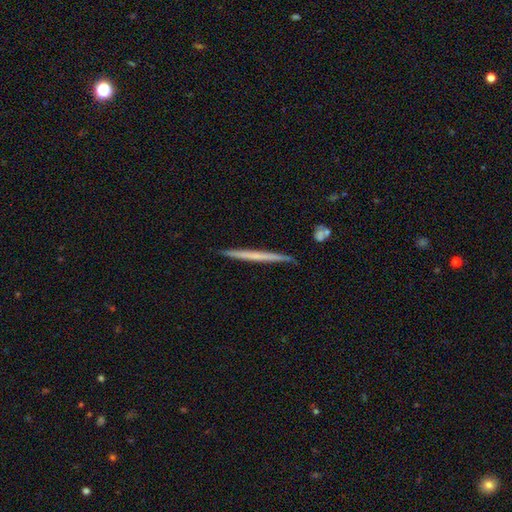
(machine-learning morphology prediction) Q: Smooth or featured?
A: featured or disk (48%); runner-up: smooth (47%)
Q: Merging?
A: none (92%); runner-up: minor disturbance (6%)